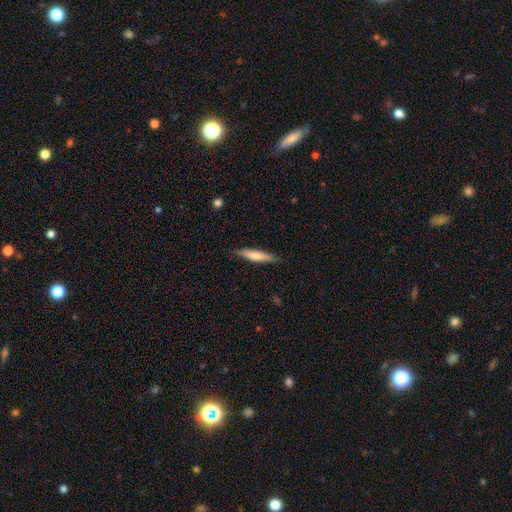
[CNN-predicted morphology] Q: Smooth or featured?
A: smooth (66%); runner-up: featured or disk (28%)
Q: How rounded?
A: cigar-shaped (86%); runner-up: in between (13%)
Q: Merging?
A: none (86%); runner-up: minor disturbance (11%)